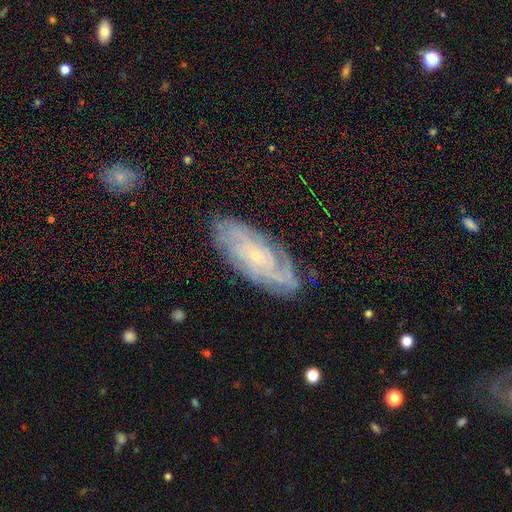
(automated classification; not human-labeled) smooth-or-featured: featured or disk: 80% | smooth: 13% | star or artifact: 7%
  disk-edge-on: no: 91% | yes: 9%
    bar: no: 73% | weak: 22% | strong: 5%
    has-spiral-arms: yes: 95% | no: 5%
      spiral-winding: tight: 72% | medium: 22% | loose: 5%
      spiral-arm-count: can't tell: 41% | 4: 16% | 3: 15% | 2: 15% | more than 4: 8% | 1: 6%
    bulge-size: small: 82% | moderate: 13% | none: 2% | large: 1% | dominant: 1%
  merging: none: 80% | minor disturbance: 15% | major disturbance: 4% | merger: 1%